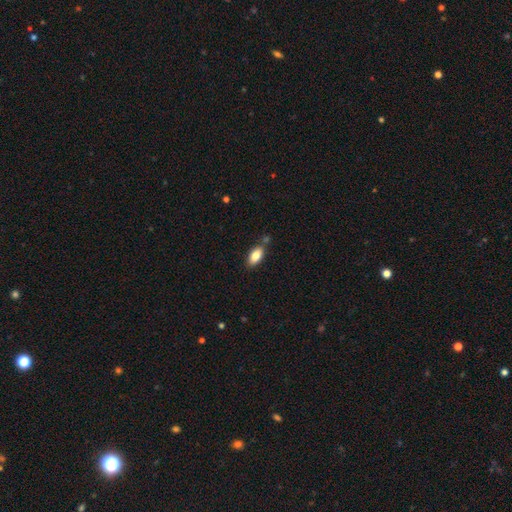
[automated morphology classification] Smooth or featured: smooth — 83% (featured or disk — 10%)
How rounded: in between — 90% (cigar-shaped — 7%)
Merging: none — 75% (minor disturbance — 14%)